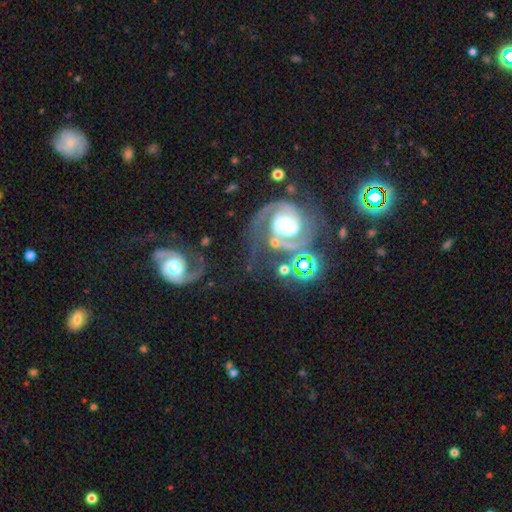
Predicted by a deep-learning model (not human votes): A featured or disk galaxy (76%) with no bar (50%), 2 (72%) medium (49%) spiral arms (92%) and a moderate central bulge (39%).

Vote fractions:
- Smooth or featured? featured or disk: 76% / smooth: 13% / star or artifact: 11%
- Edge-on disk? no: 96% / yes: 4%
- Bar? no: 50% / weak: 33% / strong: 17%
- Spiral arms? yes: 92% / no: 8%
- Spiral winding? medium: 49% / tight: 29% / loose: 22%
- Spiral arm count? 2: 72% / 1: 13% / can't tell: 7% / 3: 4% / 4: 2% / more than 4: 2%
- Bulge size? moderate: 39% / large: 37% / small: 11% / dominant: 9% / none: 5%
- Merging? none: 39% / major disturbance: 25% / merger: 20% / minor disturbance: 16%